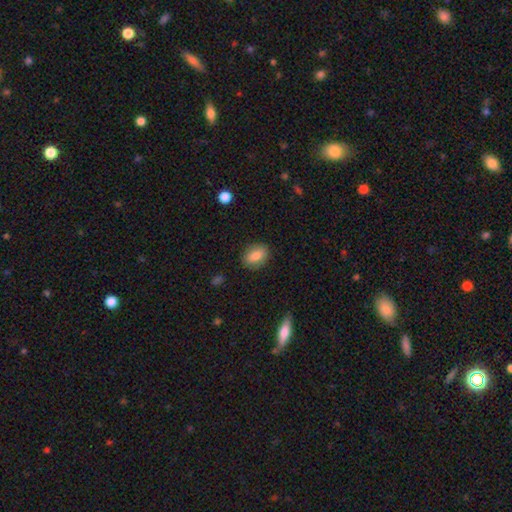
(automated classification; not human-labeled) This appears to be a smooth galaxy with no disk features (79%) that is in between round and cigar-shaped (73%). Merging: none (85%).